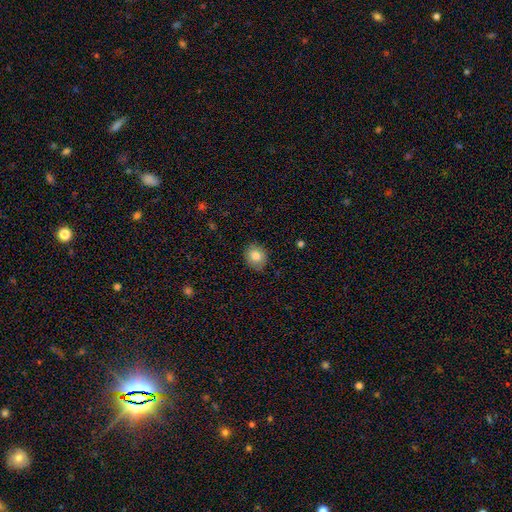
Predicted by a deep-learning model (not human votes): Smooth or featured? Predicted: smooth (p=0.83). How rounded? Predicted: round (p=0.67). Merging? Predicted: none (p=0.85).